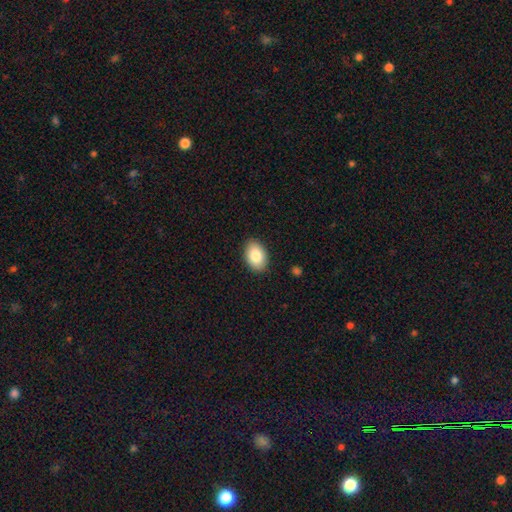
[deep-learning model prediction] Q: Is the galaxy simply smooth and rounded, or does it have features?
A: smooth — 84%.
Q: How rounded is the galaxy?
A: in between — 89%.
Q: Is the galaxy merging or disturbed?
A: none — 89%.